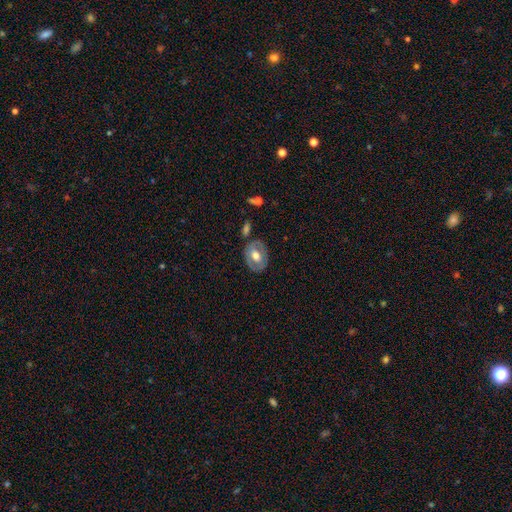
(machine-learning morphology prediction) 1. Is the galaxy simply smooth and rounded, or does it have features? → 48% featured or disk, 46% smooth, 6% star or artifact.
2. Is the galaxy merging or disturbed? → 76% none, 15% minor disturbance, 5% merger, 4% major disturbance.